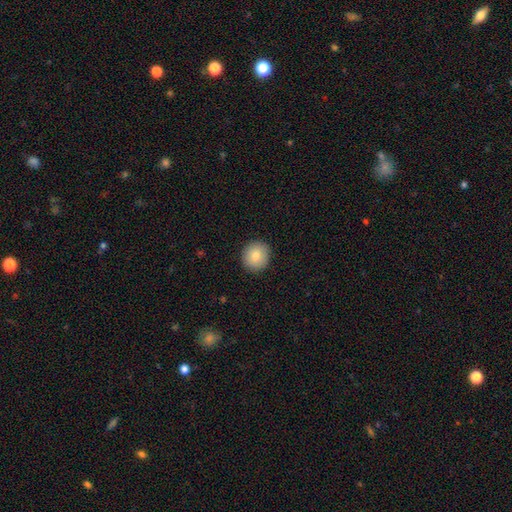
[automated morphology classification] This appears to be a smooth galaxy with no disk features (82%) that is round (90%). Merging: none (91%).